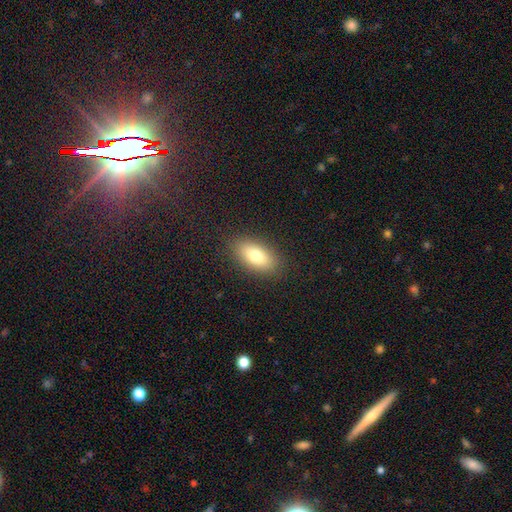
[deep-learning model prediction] smooth 79%, featured or disk 14%, star or artifact 8%. Down the decision tree: how rounded — in between (88%); merging — none (88%).